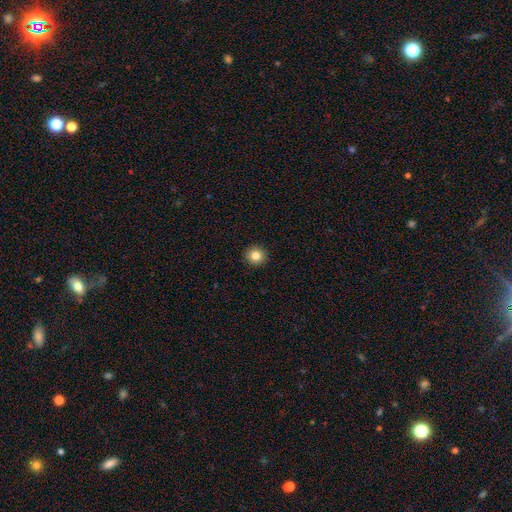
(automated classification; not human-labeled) Smooth or featured? smooth (83%)
How rounded? round (92%)
Merging? none (93%)